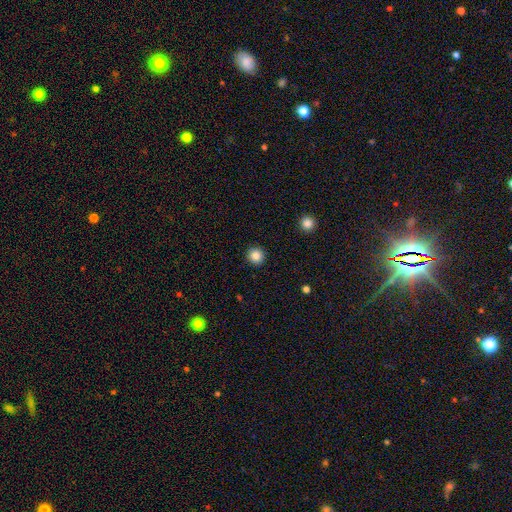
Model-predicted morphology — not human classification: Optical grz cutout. It shows a smooth galaxy with no disk features (84%) that is round (95%). Merging: none (93%).